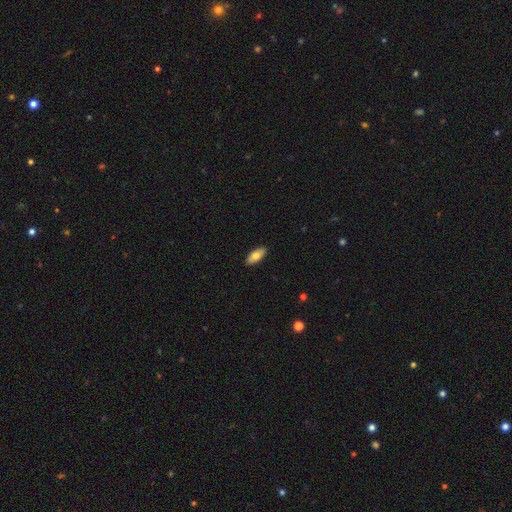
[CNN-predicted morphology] This appears to be a smooth galaxy with no disk features (76%) that is in between round and cigar-shaped (87%). Merging: none (90%).